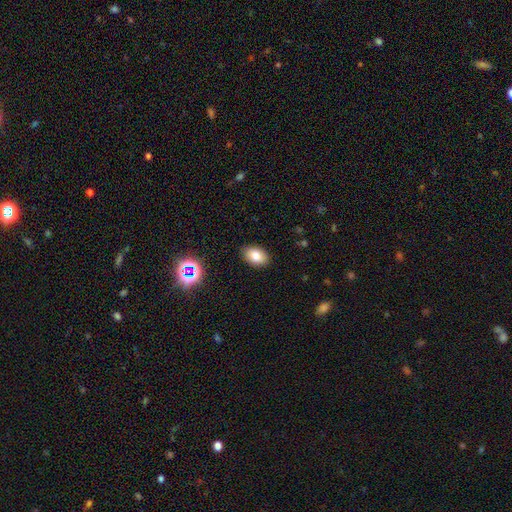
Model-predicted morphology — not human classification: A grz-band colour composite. It shows a smooth galaxy with no disk features (80%) that is in between round and cigar-shaped (85%). Merging: none (88%).